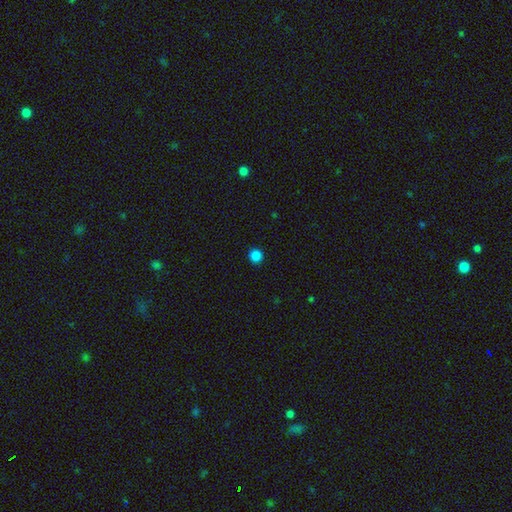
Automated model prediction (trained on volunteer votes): Overall: smooth (86%). How rounded: round (95%). Merging: none (93%).